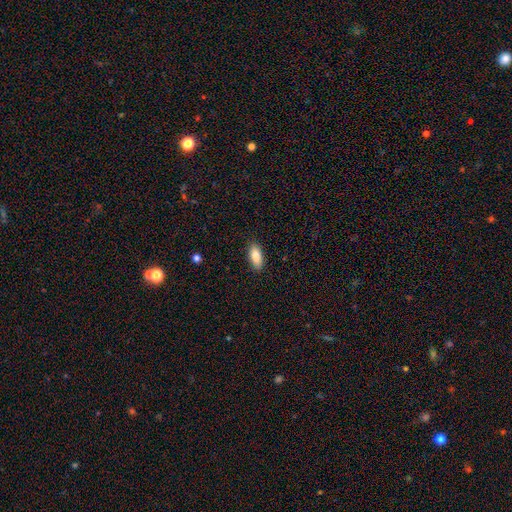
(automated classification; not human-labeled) This appears to be a smooth galaxy with no disk features (84%) that is in between round and cigar-shaped (84%). Merging: none (88%).